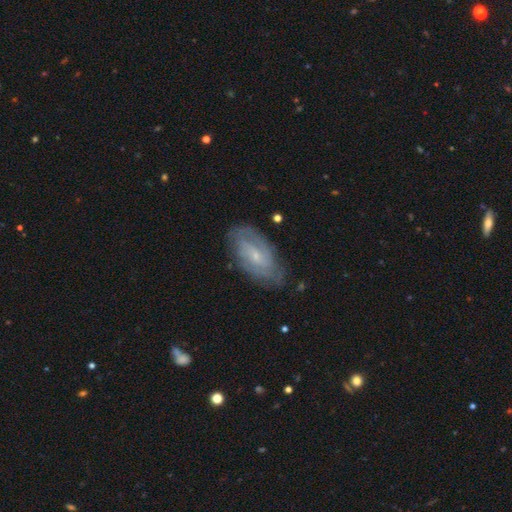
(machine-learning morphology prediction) A featured or disk galaxy (74%) with no bar (53%), 2 (42%) tight (55%) spiral arms (88%) and a small central bulge (76%).

Vote fractions:
- Smooth or featured? featured or disk: 74% / smooth: 20% / star or artifact: 7%
- Edge-on disk? no: 94% / yes: 6%
- Bar? no: 53% / weak: 39% / strong: 8%
- Spiral arms? yes: 88% / no: 12%
- Spiral winding? tight: 55% / medium: 34% / loose: 11%
- Spiral arm count? 2: 42% / can't tell: 38% / 3: 9% / 1: 4% / 4: 4% / more than 4: 3%
- Bulge size? small: 76% / moderate: 18% / none: 4% / large: 1% / dominant: 1%
- Merging? none: 73% / minor disturbance: 19% / major disturbance: 6% / merger: 1%